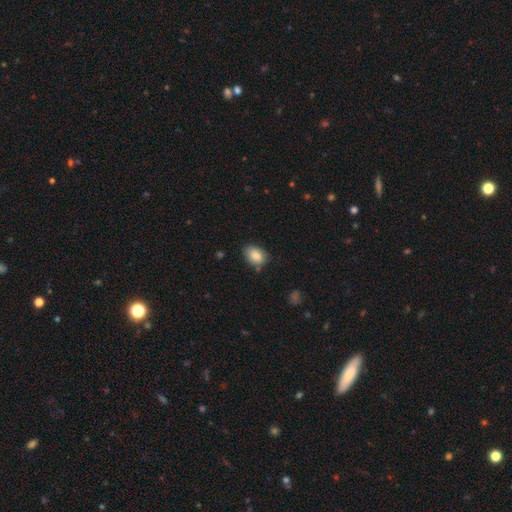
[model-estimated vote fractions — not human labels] Smooth or featured: smooth — 85% (star or artifact — 8%)
How rounded: in between — 76% (round — 23%)
Merging: none — 73% (minor disturbance — 20%)